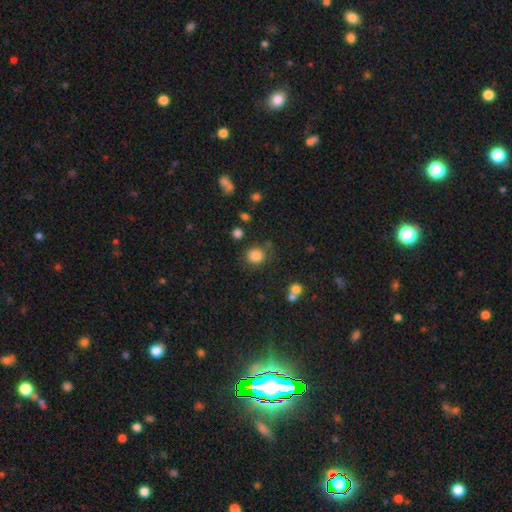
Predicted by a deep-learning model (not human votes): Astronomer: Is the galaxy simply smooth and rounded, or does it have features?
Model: smooth — 84%.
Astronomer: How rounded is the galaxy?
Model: round — 86%.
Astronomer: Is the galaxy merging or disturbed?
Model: none — 78%.